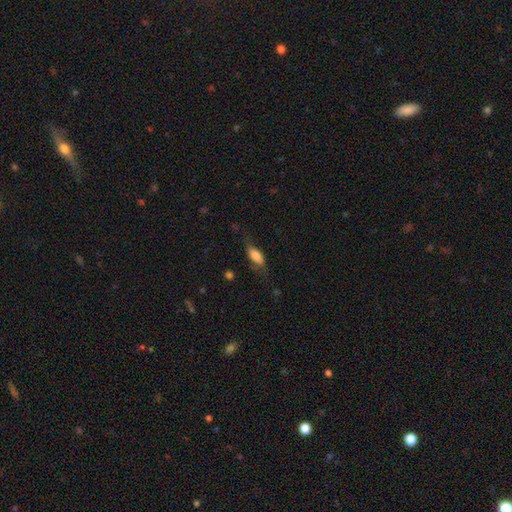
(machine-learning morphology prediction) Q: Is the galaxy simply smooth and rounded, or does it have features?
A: smooth — 74%.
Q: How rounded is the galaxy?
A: in between — 78%.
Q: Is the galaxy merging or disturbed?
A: none — 60%.